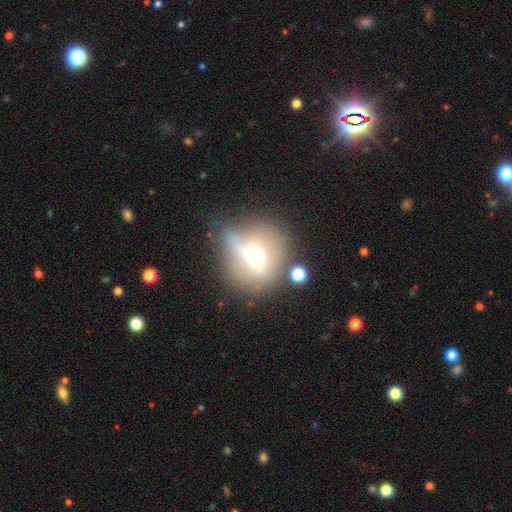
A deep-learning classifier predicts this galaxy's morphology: A featured or disk galaxy (52%).

Vote fractions:
- Smooth or featured? featured or disk: 52% / smooth: 33% / star or artifact: 14%
- Edge-on disk? no: 69% / yes: 31%
- Merging? none: 56% / minor disturbance: 21% / major disturbance: 14% / merger: 9%